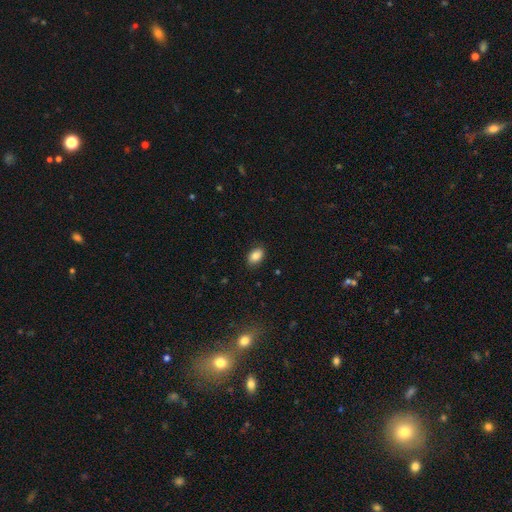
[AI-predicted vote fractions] A smooth galaxy with no disk features (85%) that is in between round and cigar-shaped (87%).

Vote fractions:
- Smooth or featured? smooth: 85% / star or artifact: 8% / featured or disk: 6%
- How rounded? in between: 87% / round: 11% / cigar-shaped: 1%
- Merging? none: 87% / minor disturbance: 10% / major disturbance: 2% / merger: 1%